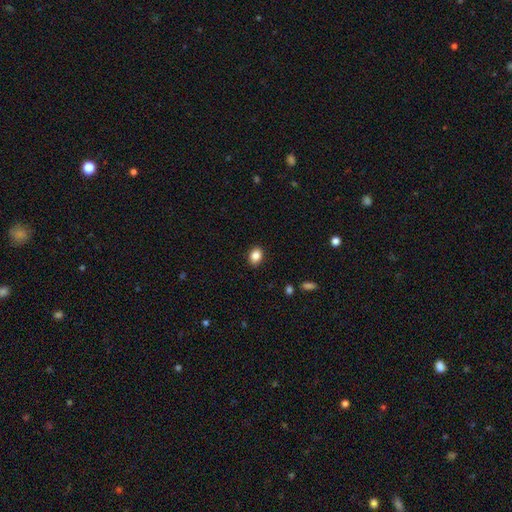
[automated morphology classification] This appears to be a smooth galaxy with no disk features (86%) that is in between round and cigar-shaped (68%). Merging: none (88%).